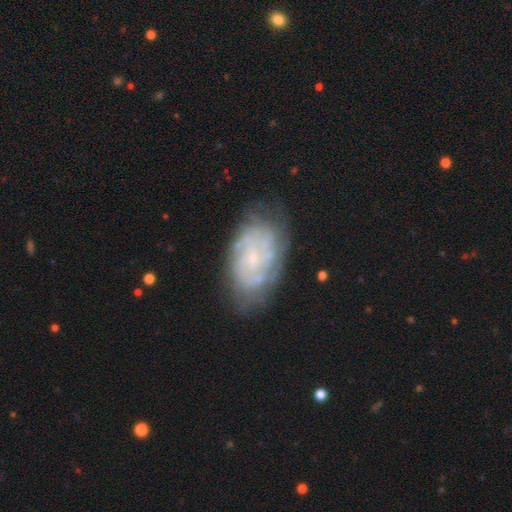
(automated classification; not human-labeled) Overall: featured or disk (67%). Edge-on disk: no (96%). Bar: no (71%). Spiral arms: yes (77%). Bulge size: small (70%). Merging: none (73%).